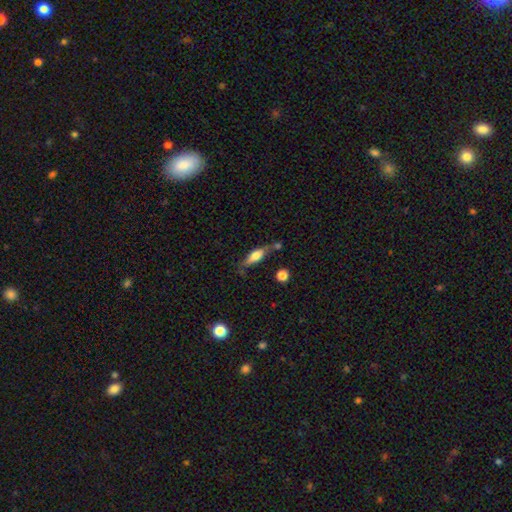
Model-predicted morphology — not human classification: smooth-or-featured: smooth: 57% | featured or disk: 36% | star or artifact: 8%
  how-rounded: in between: 54% | cigar-shaped: 42% | round: 4%
  merging: none: 58% | minor disturbance: 22% | merger: 11% | major disturbance: 8%